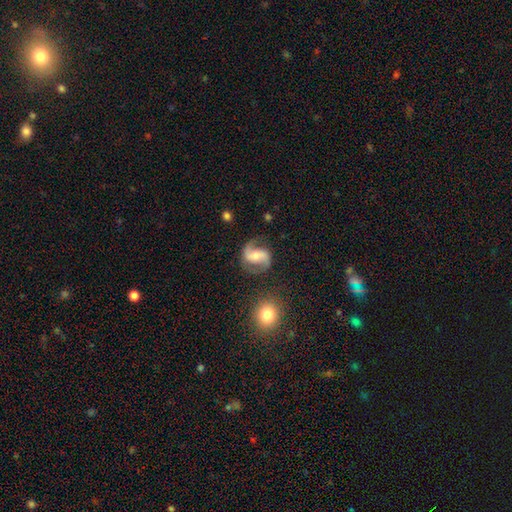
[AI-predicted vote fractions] Smooth or featured? Predicted: featured or disk (p=0.85). Edge-on disk? Predicted: no (p=0.98). Bar? Predicted: weak (p=0.37). Spiral arms? Predicted: yes (p=0.96). Spiral winding? Predicted: medium (p=0.45). Spiral arm count? Predicted: 2 (p=0.93). Bulge size? Predicted: moderate (p=0.49). Merging? Predicted: none (p=0.77).